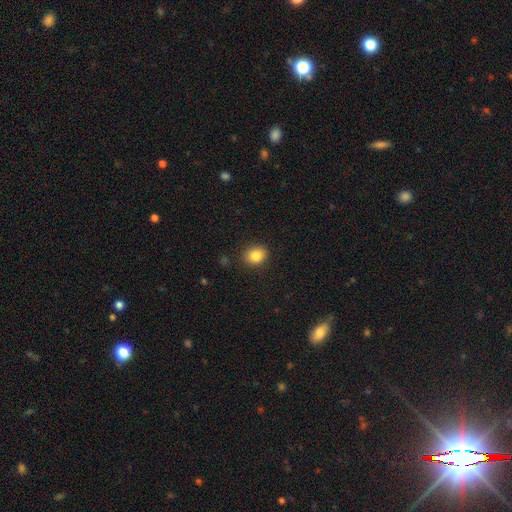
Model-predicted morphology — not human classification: A smooth galaxy with no disk features (84%) that is round (59%).

Vote fractions:
- Smooth or featured? smooth: 84% / star or artifact: 10% / featured or disk: 6%
- How rounded? round: 59% / in between: 40% / cigar-shaped: 1%
- Merging? none: 88% / minor disturbance: 9% / major disturbance: 2% / merger: 1%